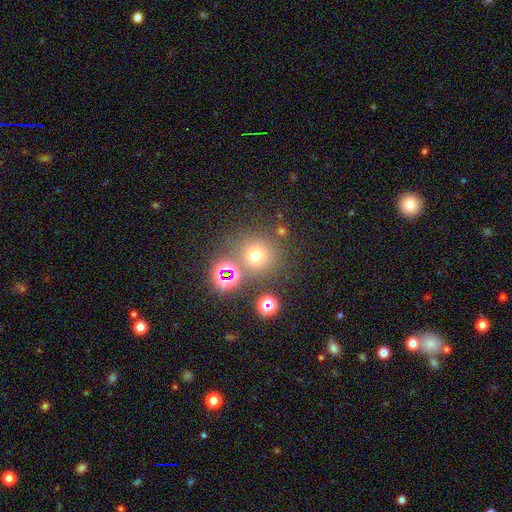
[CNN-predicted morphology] Smooth or featured: smooth — 64% (star or artifact — 27%)
How rounded: round — 92% (in between — 7%)
Merging: none — 76% (merger — 11%)